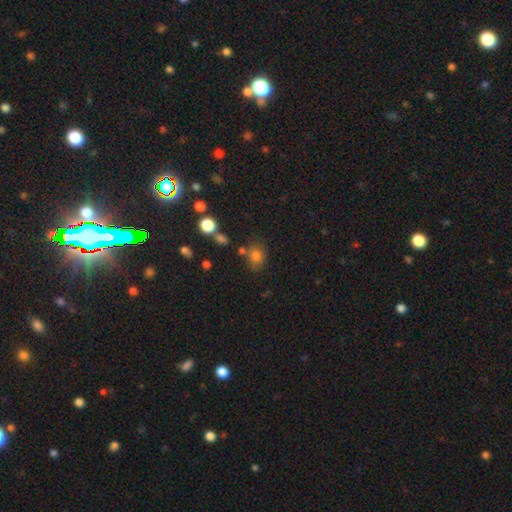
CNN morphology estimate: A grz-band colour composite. It shows a smooth galaxy with no disk features (78%) that is round (54%). Merging: none (68%).